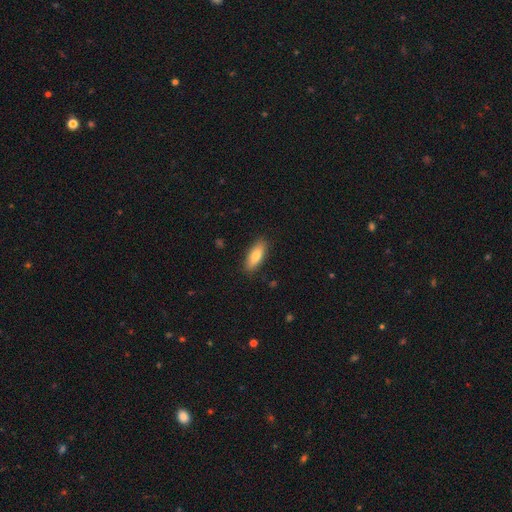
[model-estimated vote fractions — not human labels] The model was most divided on "how rounded": in between: 69%, cigar-shaped: 29%, round: 2%. More confident: merging — none (87%); smooth or featured — smooth (78%).